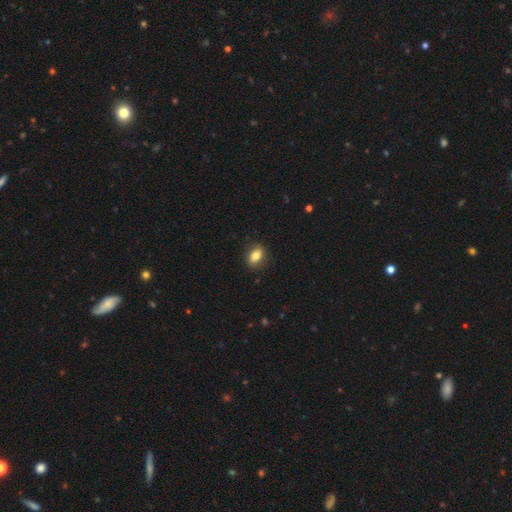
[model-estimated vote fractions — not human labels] Smooth or featured: smooth — 81% (featured or disk — 11%)
How rounded: in between — 77% (round — 20%)
Merging: none — 87% (minor disturbance — 10%)